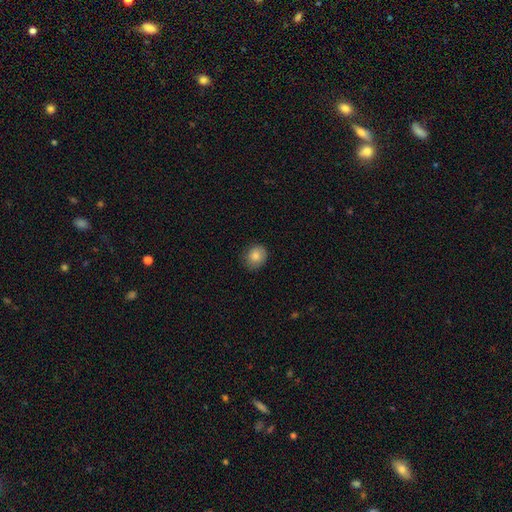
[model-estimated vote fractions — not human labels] The model was most divided on "how rounded": round: 67%, in between: 32%, cigar-shaped: 1%. More confident: smooth or featured — smooth (83%); merging — none (80%).